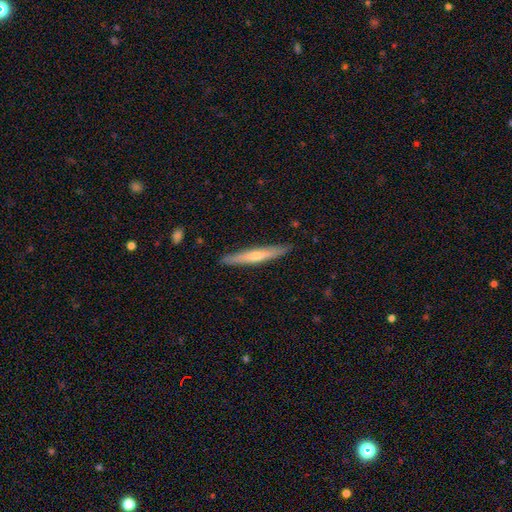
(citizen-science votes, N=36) Morphology: type=smooth (53%); roundness=cigar-shaped (95%); merging=none (83%).